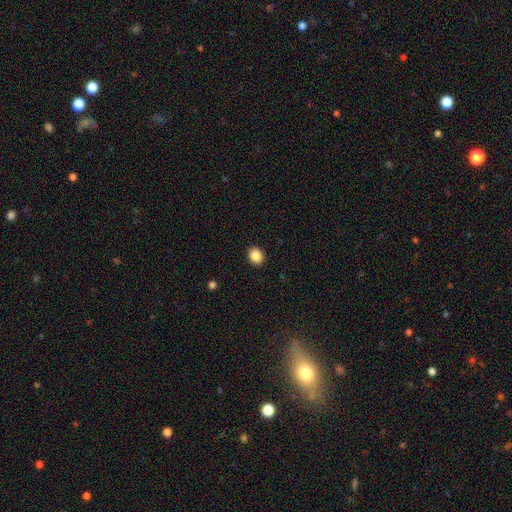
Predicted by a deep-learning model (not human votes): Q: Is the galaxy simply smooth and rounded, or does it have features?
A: smooth — 87%.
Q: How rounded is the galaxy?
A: round — 67%.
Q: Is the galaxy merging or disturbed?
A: none — 92%.